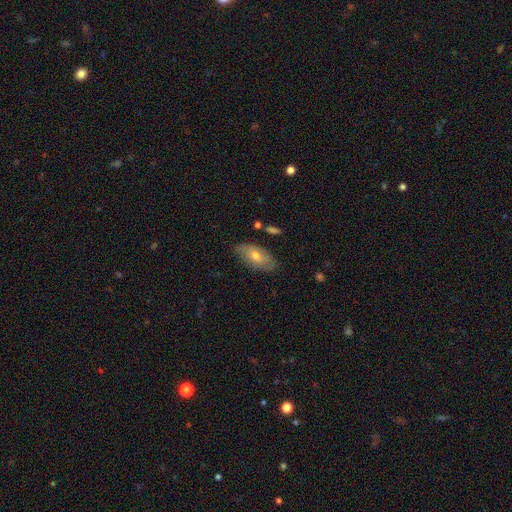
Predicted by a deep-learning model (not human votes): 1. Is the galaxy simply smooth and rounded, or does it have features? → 55% smooth, 37% featured or disk, 8% star or artifact.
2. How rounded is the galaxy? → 89% in between, 8% cigar-shaped, 4% round.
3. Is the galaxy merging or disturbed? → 81% none, 14% minor disturbance, 3% major disturbance, 2% merger.